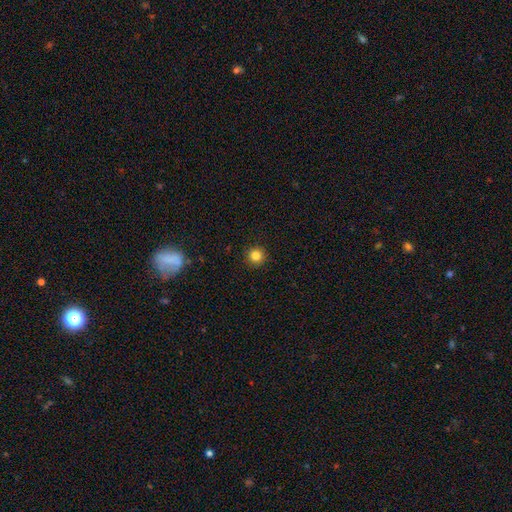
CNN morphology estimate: A smooth galaxy with no disk features (84%) that is round (96%).

Vote fractions:
- Smooth or featured? smooth: 84% / star or artifact: 12% / featured or disk: 4%
- How rounded? round: 96% / in between: 3% / cigar-shaped: 1%
- Merging? none: 92% / minor disturbance: 5% / major disturbance: 2% / merger: 1%